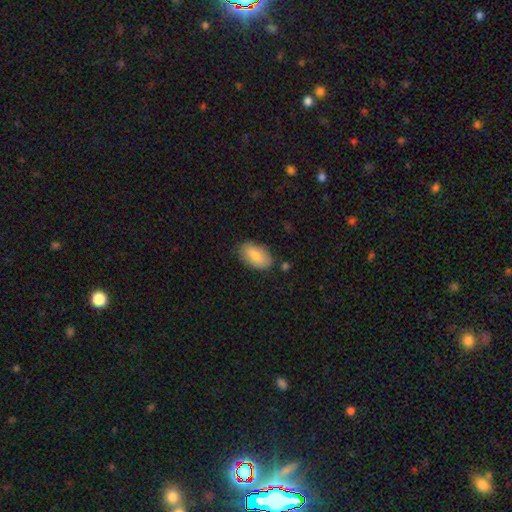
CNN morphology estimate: Smooth or featured? Predicted: smooth (p=0.82). How rounded? Predicted: in between (p=0.93). Merging? Predicted: none (p=0.80).